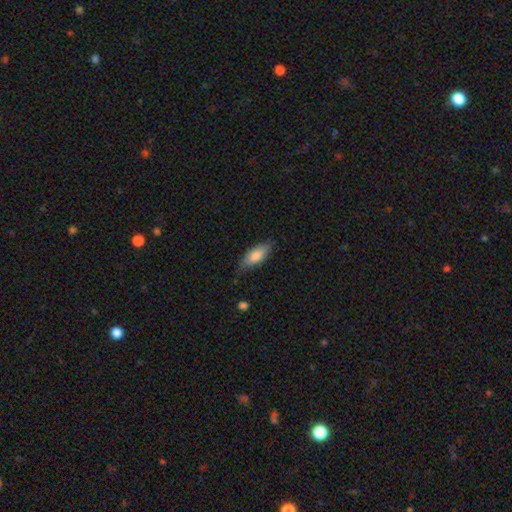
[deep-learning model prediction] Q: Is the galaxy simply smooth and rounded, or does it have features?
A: smooth — 78%.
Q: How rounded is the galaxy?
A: in between — 71%.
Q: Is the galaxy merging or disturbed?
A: none — 71%.